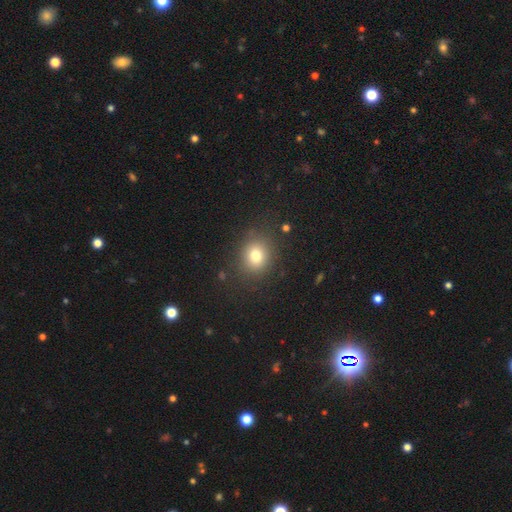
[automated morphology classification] Smooth or featured: smooth — 77% (star or artifact — 14%)
How rounded: round — 71% (in between — 28%)
Merging: none — 85% (minor disturbance — 9%)